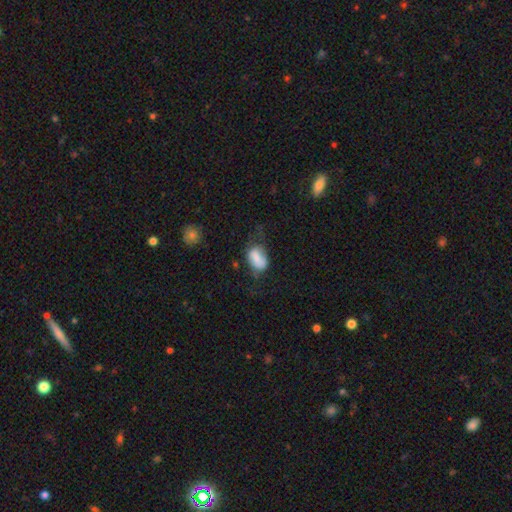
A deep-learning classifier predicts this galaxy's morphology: smooth_or_featured: smooth (p=0.69) [alt: featured or disk p=0.23]
how_rounded: in between (p=0.84) [alt: round p=0.14]
merging: none (p=0.38) [alt: minor disturbance p=0.33]